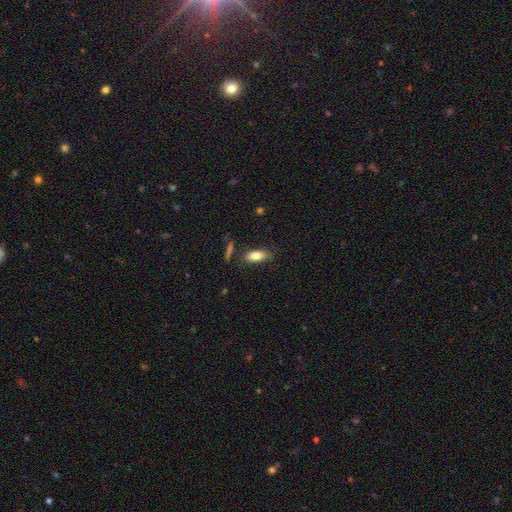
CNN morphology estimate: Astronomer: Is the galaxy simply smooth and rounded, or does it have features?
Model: smooth — 82%.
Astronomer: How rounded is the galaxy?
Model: in between — 82%.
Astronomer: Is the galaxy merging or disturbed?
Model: none — 77%.